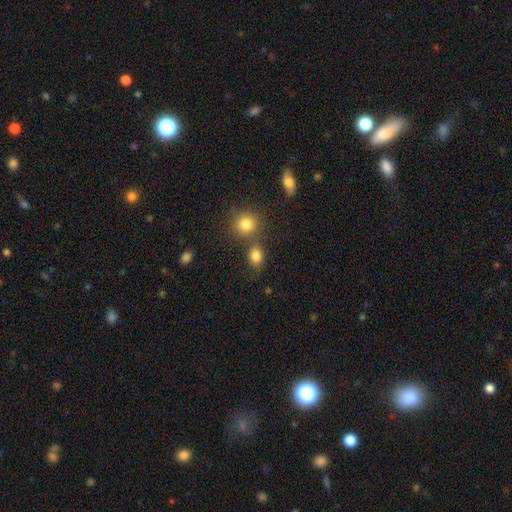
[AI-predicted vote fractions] Overall: smooth (81%). How rounded: in between (53%; round 46%). Merging: none (61%; merger 23%).